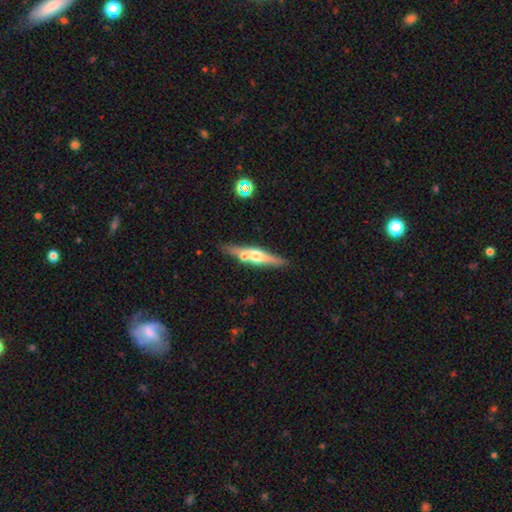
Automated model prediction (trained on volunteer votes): This is likely a featured or disk galaxy (61%). It is clearly viewed edge-on (93%). Edge-on bulge: clearly rounded (92%). Merging: likely none (72%).